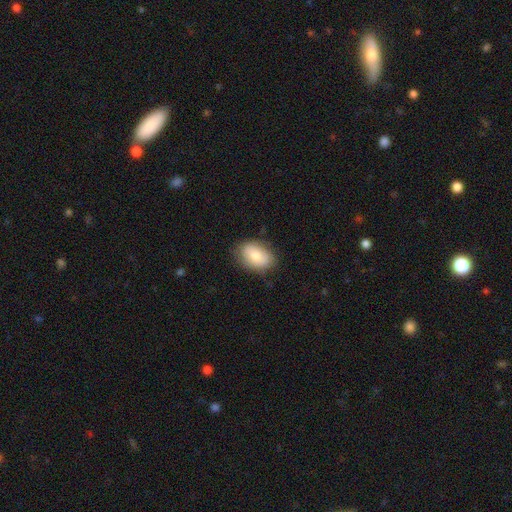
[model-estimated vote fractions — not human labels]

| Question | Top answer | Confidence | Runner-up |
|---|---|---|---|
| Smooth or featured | smooth | 76% | featured or disk (17%) |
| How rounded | in between | 84% | round (15%) |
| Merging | none | 80% | minor disturbance (16%) |